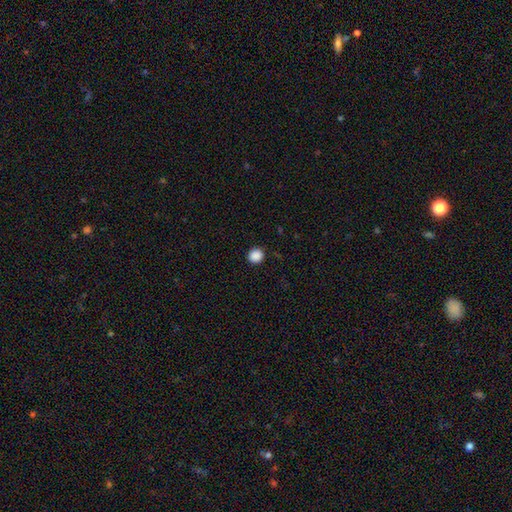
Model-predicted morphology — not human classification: smooth 88%, star or artifact 10%, featured or disk 2%. Down the decision tree: how rounded — round (90%); merging — none (91%).